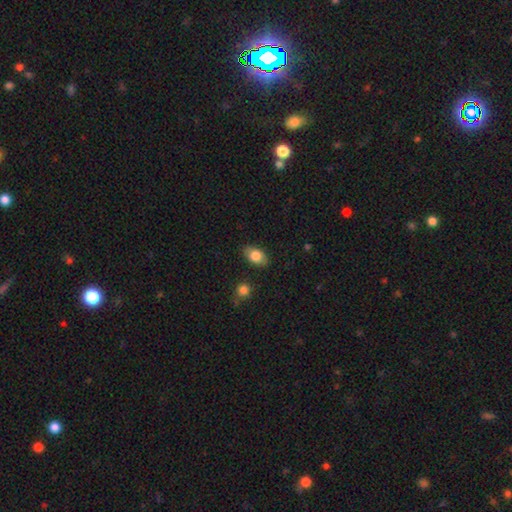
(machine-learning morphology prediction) Q: Smooth or featured?
A: smooth (79%); runner-up: featured or disk (14%)
Q: How rounded?
A: in between (88%); runner-up: round (10%)
Q: Merging?
A: none (84%); runner-up: minor disturbance (12%)